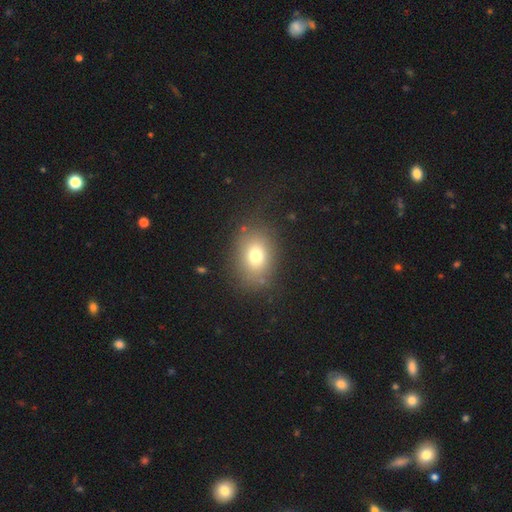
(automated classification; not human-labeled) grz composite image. It shows a smooth galaxy with no disk features (75%) that is in between round and cigar-shaped (62%). Merging: none (79%).